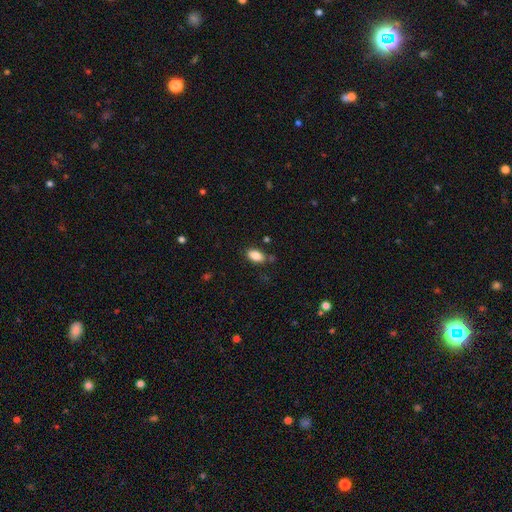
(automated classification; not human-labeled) This is clearly a smooth galaxy (84%). How rounded: clearly in between (91%). Merging: likely none (78%).